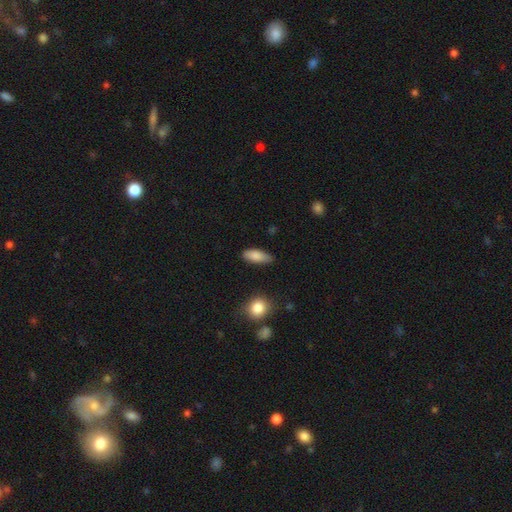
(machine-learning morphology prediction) Smooth or featured?
  - smooth: 84% *
  - featured or disk: 9%
  - star or artifact: 7%
How rounded?
  - in between: 75% *
  - cigar-shaped: 22%
  - round: 3%
Merging?
  - none: 75% *
  - minor disturbance: 19%
  - major disturbance: 3%
  - merger: 2%